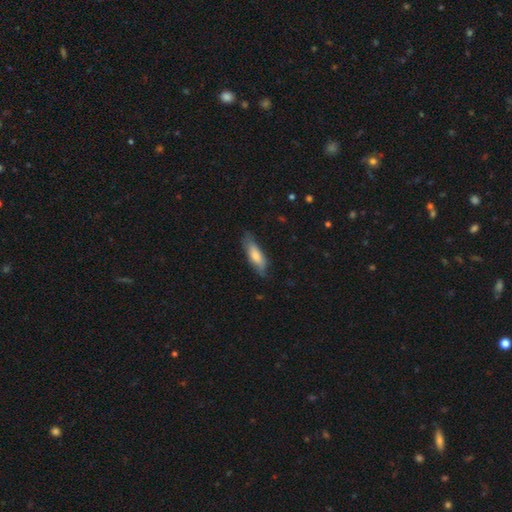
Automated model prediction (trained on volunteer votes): The model was most divided on "how rounded" (2-way tie): cigar-shaped: 49%, in between: 49%, round: 2%. More confident: smooth or featured — smooth (72%); merging — none (72%).